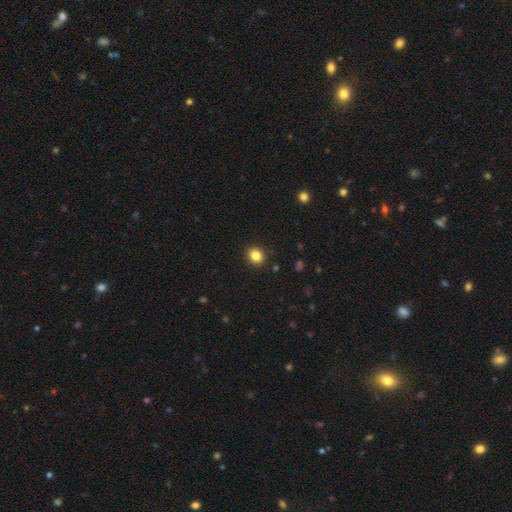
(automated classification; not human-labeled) A smooth galaxy with no disk features (84%) that is round (71%). Merging: none (90%).